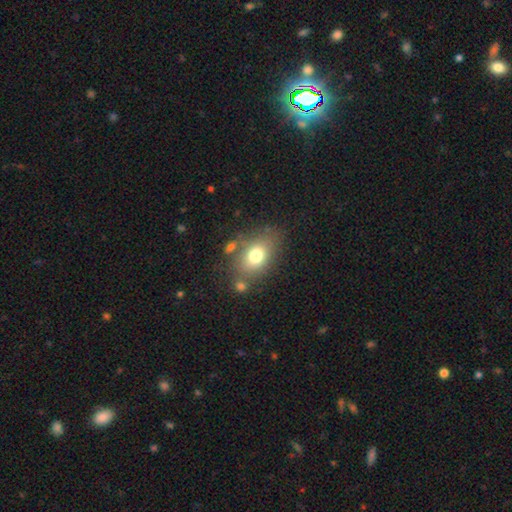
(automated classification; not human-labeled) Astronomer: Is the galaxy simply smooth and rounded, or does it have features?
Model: smooth — 75%.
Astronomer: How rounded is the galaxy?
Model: in between — 78%.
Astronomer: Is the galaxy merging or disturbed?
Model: none — 68%.